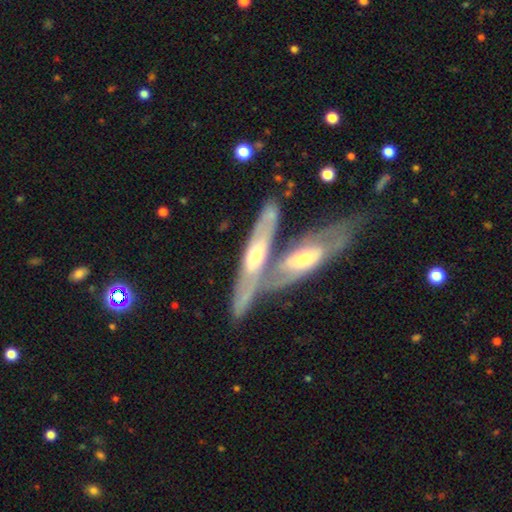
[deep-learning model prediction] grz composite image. It shows a featured or disk galaxy (70%) viewed edge-on (63%). Merging: merger (49%).